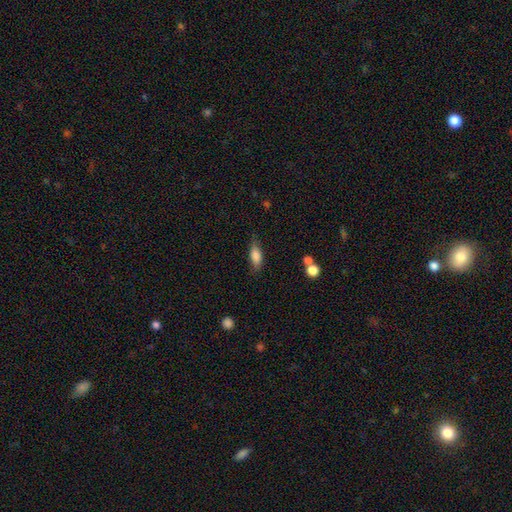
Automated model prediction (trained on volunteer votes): This appears to be a smooth galaxy with no disk features (79%) that is in between round and cigar-shaped (74%). Merging: none (74%).